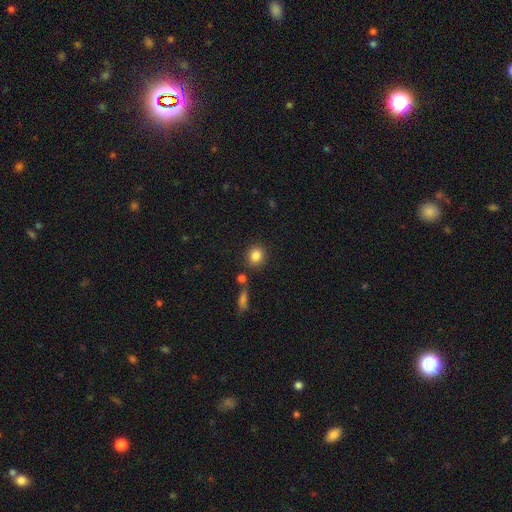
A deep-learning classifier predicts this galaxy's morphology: A smooth galaxy with no disk features (85%) that is round (77%).

Vote fractions:
- Smooth or featured? smooth: 85% / star or artifact: 10% / featured or disk: 6%
- How rounded? round: 77% / in between: 21% / cigar-shaped: 1%
- Merging? none: 81% / minor disturbance: 9% / merger: 7% / major disturbance: 3%